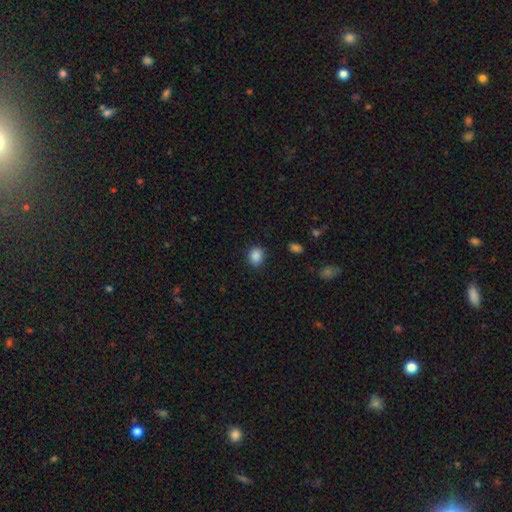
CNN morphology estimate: smooth 87%, star or artifact 9%, featured or disk 4%. Down the decision tree: how rounded — round (58%); merging — none (87%).